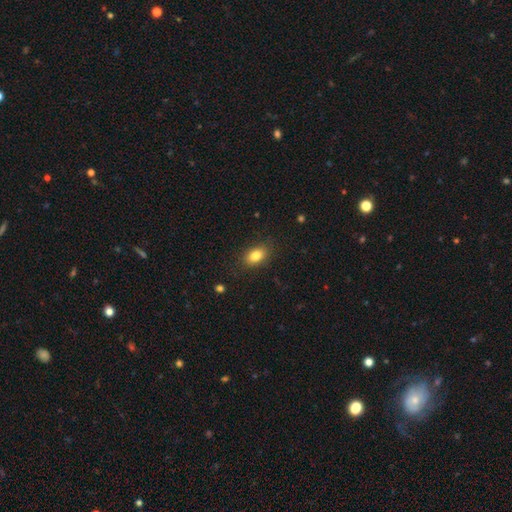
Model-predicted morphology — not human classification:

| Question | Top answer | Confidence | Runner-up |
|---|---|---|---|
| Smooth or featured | smooth | 83% | star or artifact (9%) |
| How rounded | in between | 86% | round (11%) |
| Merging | none | 86% | minor disturbance (10%) |